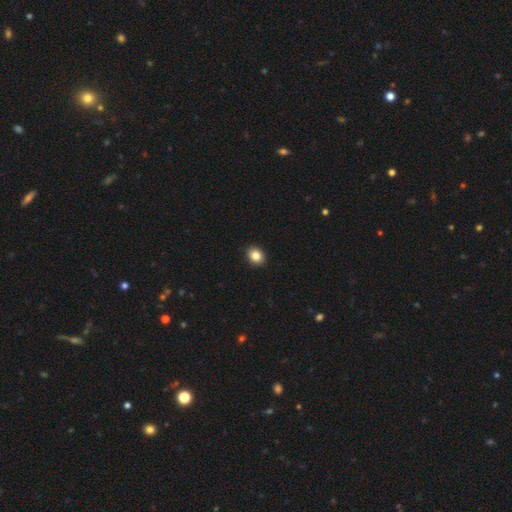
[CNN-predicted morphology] Overall: smooth (85%). How rounded: round (60%; in between 39%). Merging: none (92%).